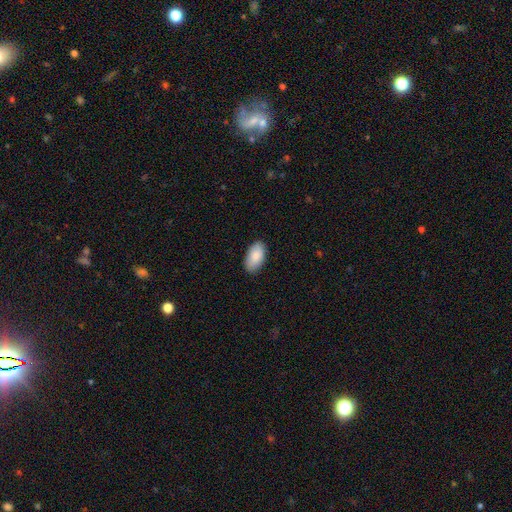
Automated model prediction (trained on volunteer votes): This appears to be a smooth galaxy with no disk features (87%) that is in between round and cigar-shaped (96%). Merging: none (87%).